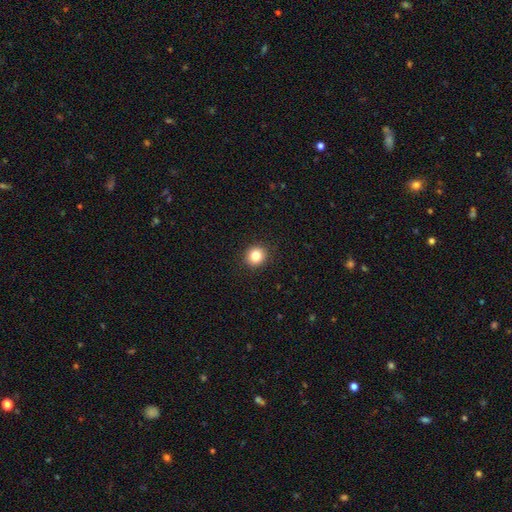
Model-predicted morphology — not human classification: smooth 82%, star or artifact 11%, featured or disk 6%. Down the decision tree: how rounded — round (87%); merging — none (92%).